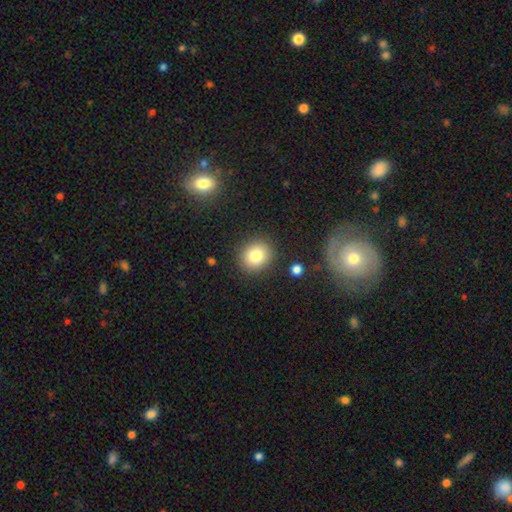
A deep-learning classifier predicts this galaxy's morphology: A smooth galaxy with no disk features (80%) that is round (80%). Merging: none (88%).